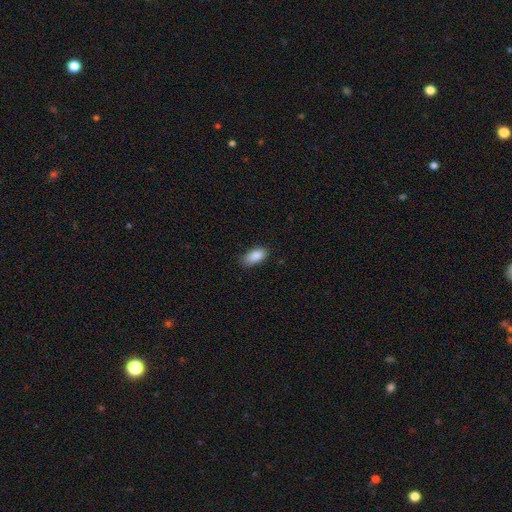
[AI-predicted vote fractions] smooth 88%, star or artifact 7%, featured or disk 5%. Down the decision tree: how rounded — in between (92%); merging — none (82%).